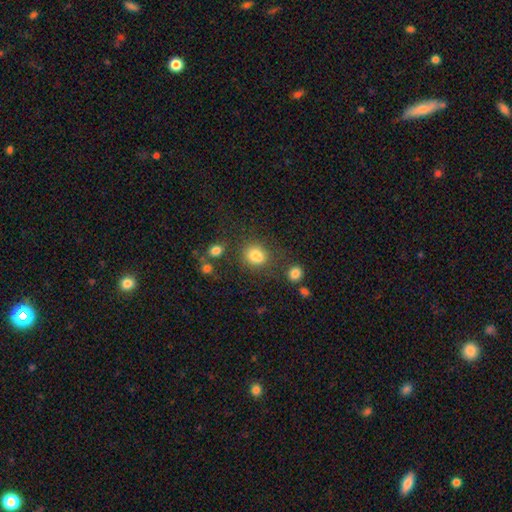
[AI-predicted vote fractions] Smooth or featured? smooth (82%)
How rounded? round (69%)
Merging? none (70%)